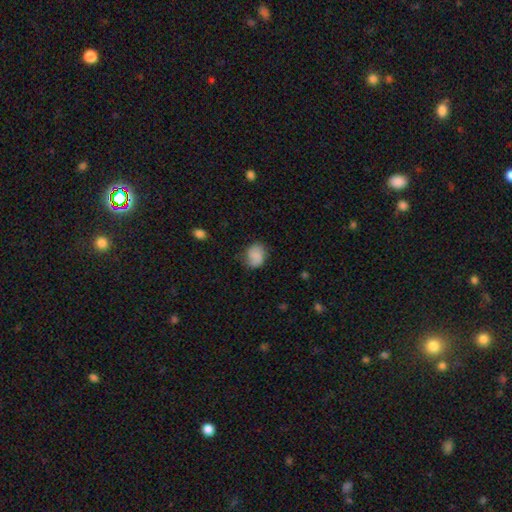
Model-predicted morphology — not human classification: A smooth galaxy with no disk features (74%) that is round (56%).

Vote fractions:
- Smooth or featured? smooth: 74% / featured or disk: 17% / star or artifact: 9%
- How rounded? round: 56% / in between: 43% / cigar-shaped: 1%
- Merging? none: 69% / minor disturbance: 23% / major disturbance: 7% / merger: 1%